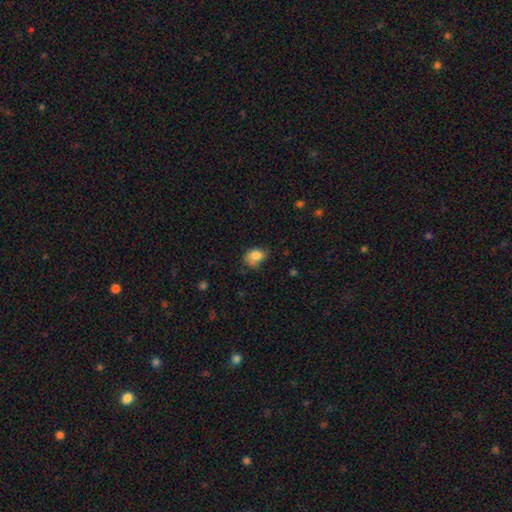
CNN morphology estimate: Smooth or featured: smooth — 81% (featured or disk — 10%)
How rounded: in between — 65% (round — 34%)
Merging: none — 51% (minor disturbance — 34%)